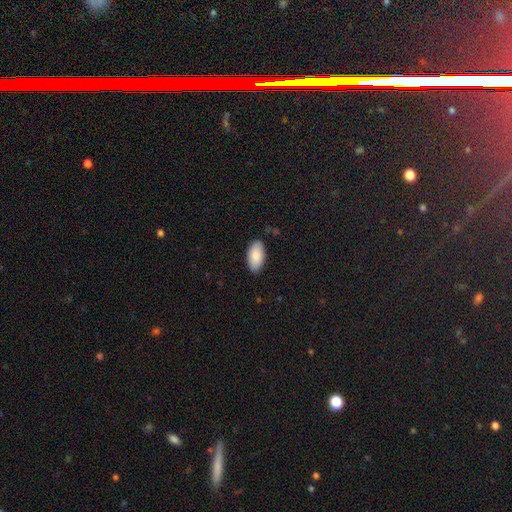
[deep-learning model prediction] This appears to be a smooth galaxy with no disk features (88%) that is in between round and cigar-shaped (95%). Merging: none (85%).